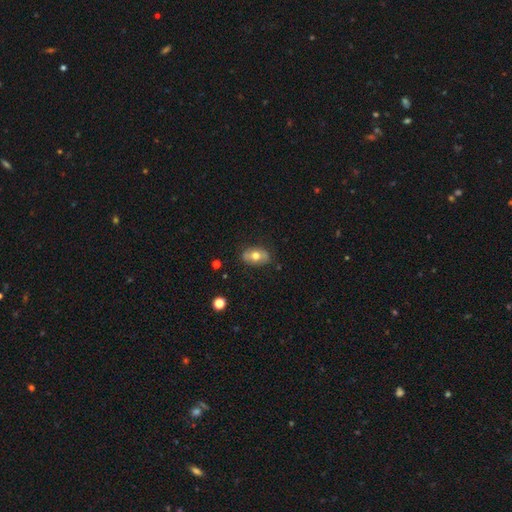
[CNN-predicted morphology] Smooth or featured? Predicted: smooth (p=0.57). How rounded? Predicted: in between (p=0.84). Merging? Predicted: none (p=0.79).